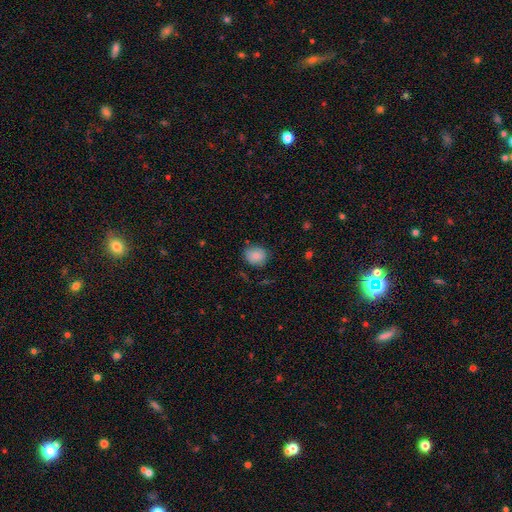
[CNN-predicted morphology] Smooth or featured?
  - smooth: 86% *
  - star or artifact: 8%
  - featured or disk: 5%
How rounded?
  - round: 69% *
  - in between: 30%
  - cigar-shaped: 1%
Merging?
  - none: 79% *
  - minor disturbance: 15%
  - major disturbance: 4%
  - merger: 2%